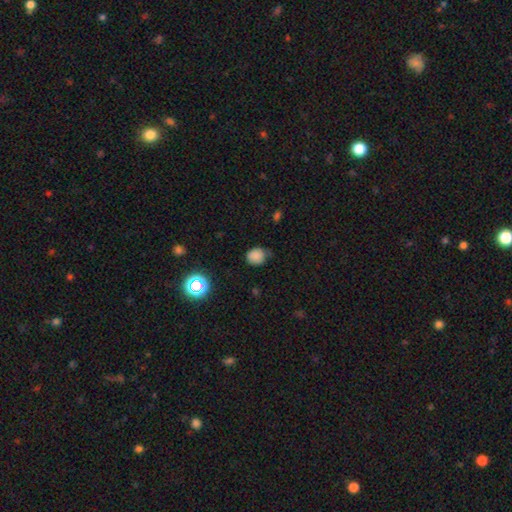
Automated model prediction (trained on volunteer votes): This is clearly a smooth galaxy (80%). How rounded: likely round (77%). Merging: likely none (63%).